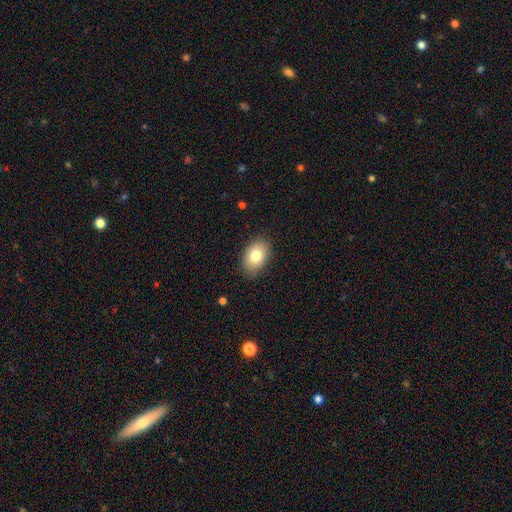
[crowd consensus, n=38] Volunteers were most divided on "smooth or featured": smooth: 84%, featured or disk: 11%, star or artifact: 5%. More confident: how rounded — in between (97%); merging — none (89%).